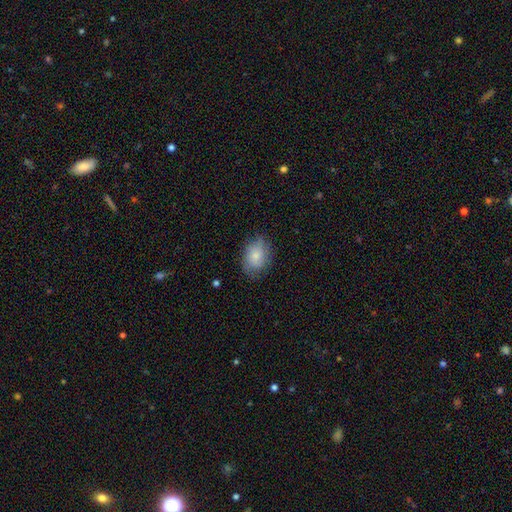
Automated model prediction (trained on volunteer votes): Smooth or featured? smooth (76%)
How rounded? in between (71%)
Merging? none (71%)